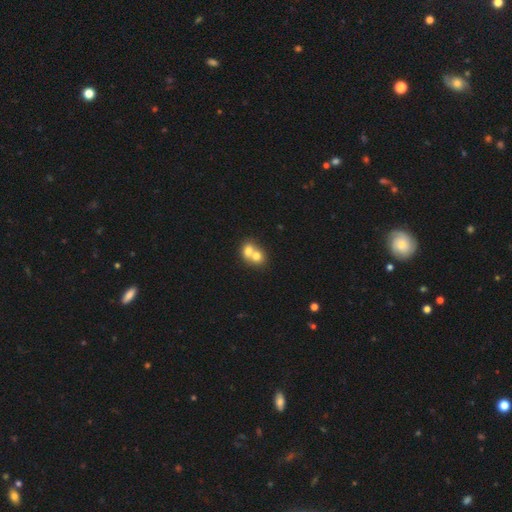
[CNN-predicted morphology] This is likely a smooth galaxy (69%). How rounded: likely round (63%). Merging: likely merger (73%).